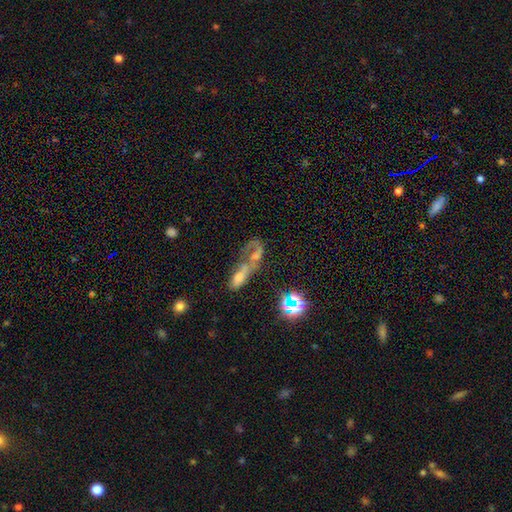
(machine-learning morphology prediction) The model was most divided on "smooth or featured": featured or disk: 37%, smooth: 34%, star or artifact: 29%. More confident: merging — merger (66%).